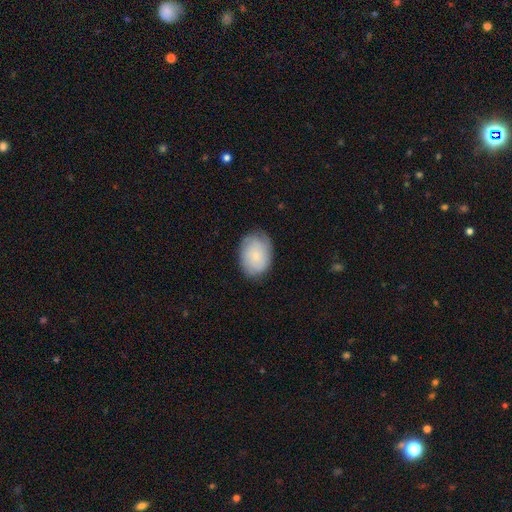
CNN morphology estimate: Smooth or featured? Predicted: smooth (p=0.63). How rounded? Predicted: in between (p=0.73). Merging? Predicted: none (p=0.74).